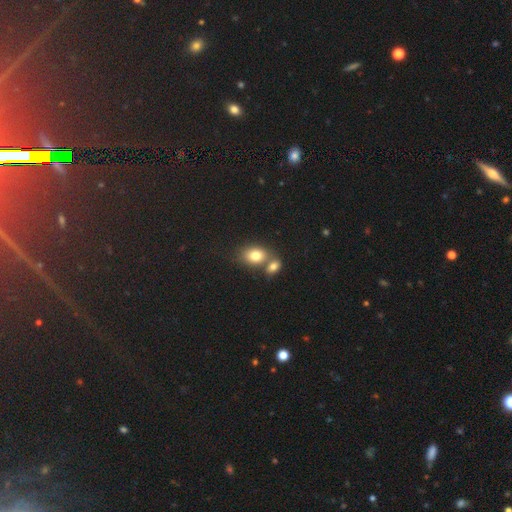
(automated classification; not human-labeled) Smooth or featured: smooth — 80% (featured or disk — 10%)
How rounded: in between — 68% (round — 31%)
Merging: merger — 46% (none — 41%)